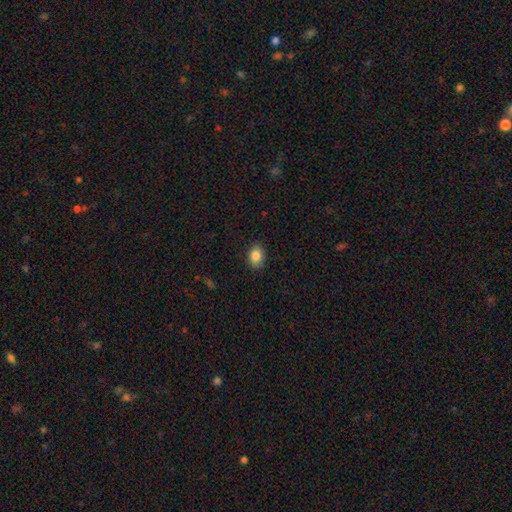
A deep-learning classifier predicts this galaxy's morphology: smooth 86%, star or artifact 9%, featured or disk 5%. Down the decision tree: how rounded — in between (73%); merging — none (88%).